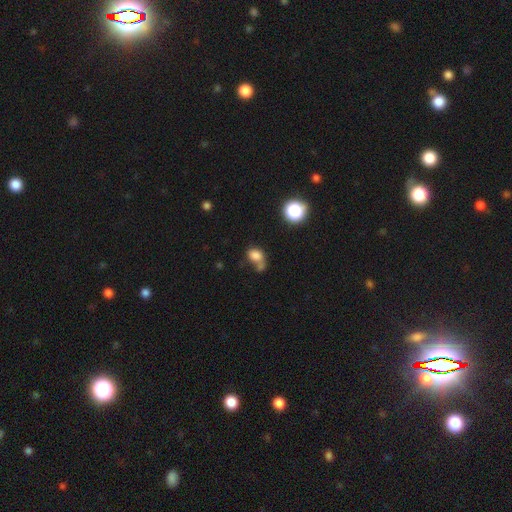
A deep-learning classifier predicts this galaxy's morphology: smooth-or-featured: smooth: 78% | star or artifact: 13% | featured or disk: 9%
  how-rounded: in between: 61% | round: 38% | cigar-shaped: 1%
  merging: merger: 39% | none: 35% | minor disturbance: 15% | major disturbance: 11%